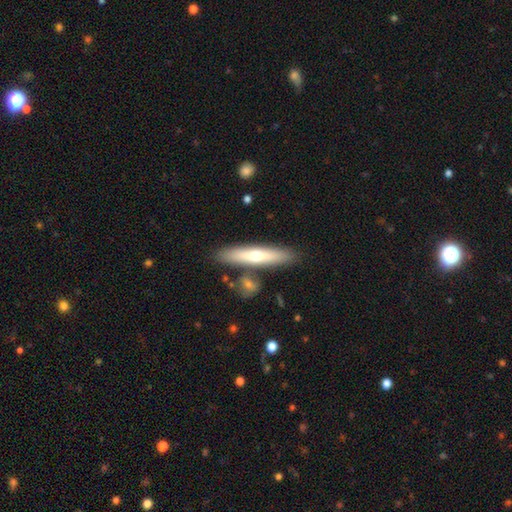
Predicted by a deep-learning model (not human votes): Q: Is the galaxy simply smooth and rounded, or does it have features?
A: smooth — 54%.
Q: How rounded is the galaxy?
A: cigar-shaped — 85%.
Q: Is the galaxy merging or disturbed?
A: none — 83%.